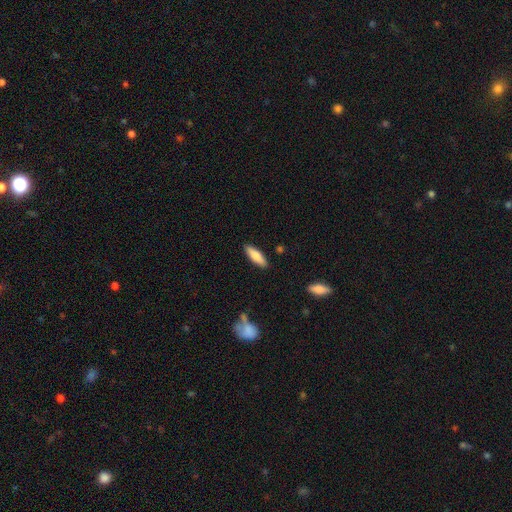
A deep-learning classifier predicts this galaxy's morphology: A smooth galaxy with no disk features (75%) that is in between round and cigar-shaped (50%). Merging: none (88%).